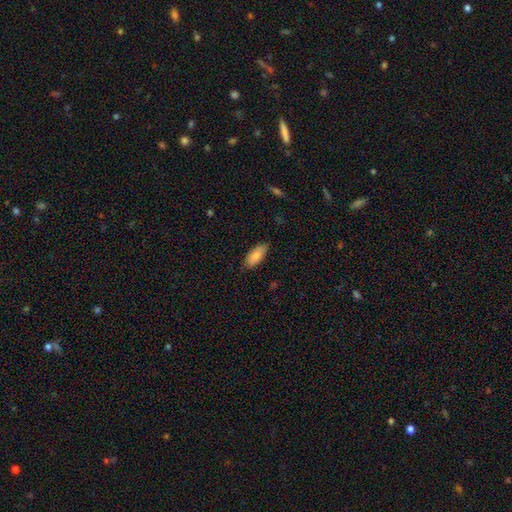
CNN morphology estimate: Overall: smooth (85%). How rounded: in between (83%). Merging: none (82%).